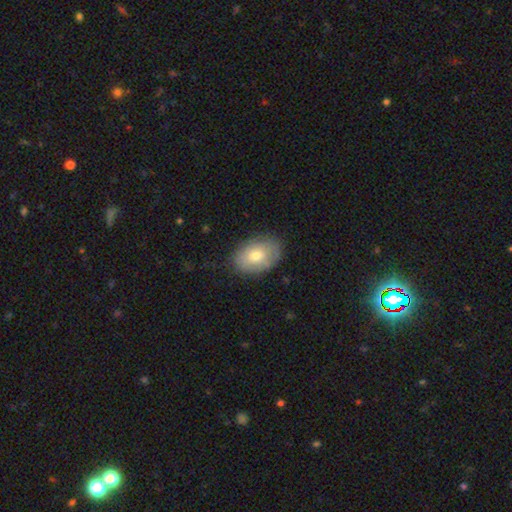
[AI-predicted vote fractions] smooth 74%, featured or disk 19%, star or artifact 7%. Down the decision tree: how rounded — in between (86%); merging — none (80%).